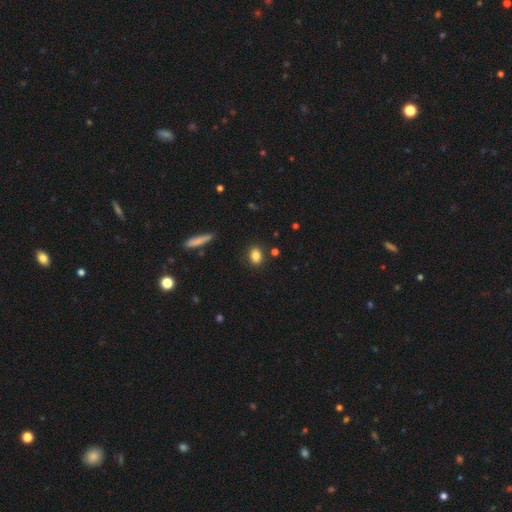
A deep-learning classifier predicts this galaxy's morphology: Smooth or featured? Predicted: smooth (p=0.84). How rounded? Predicted: in between (p=0.60). Merging? Predicted: none (p=0.87).